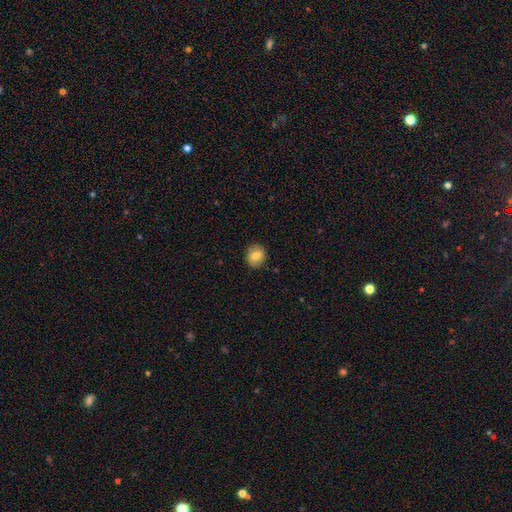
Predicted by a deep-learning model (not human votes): A smooth galaxy with no disk features (77%) that is round (73%).

Vote fractions:
- Smooth or featured? smooth: 77% / featured or disk: 15% / star or artifact: 8%
- How rounded? round: 73% / in between: 26% / cigar-shaped: 1%
- Merging? none: 88% / minor disturbance: 9% / major disturbance: 2% / merger: 1%